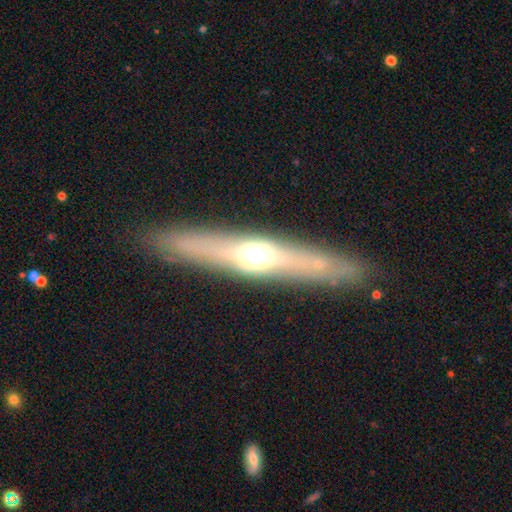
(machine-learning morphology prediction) Smooth or featured?
  - featured or disk: 65% *
  - smooth: 28%
  - star or artifact: 7%
Edge-on disk?
  - yes: 93% *
  - no: 7%
Edge-on bulge?
  - rounded: 90% *
  - none: 6%
  - boxy: 4%
Merging?
  - none: 90% *
  - minor disturbance: 7%
  - major disturbance: 2%
  - merger: 1%